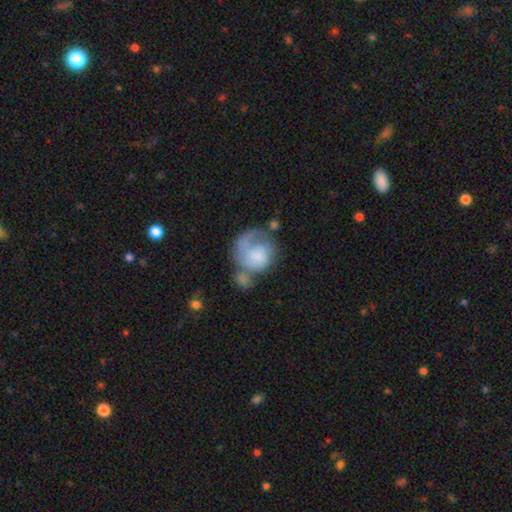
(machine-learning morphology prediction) smooth-or-featured: featured or disk: 48% | smooth: 46% | star or artifact: 7%
  merging: none: 31% (tied) | major disturbance: 31% (tied) | merger: 19% | minor disturbance: 19%